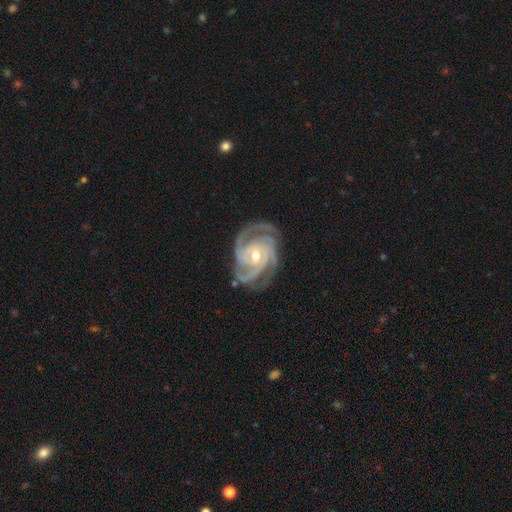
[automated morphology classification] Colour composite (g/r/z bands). It shows a featured or disk galaxy (93%) with no bar (58%), 3 (53%) tight (66%) spiral arms (99%) and a moderate central bulge (53%). Merging: none (75%).